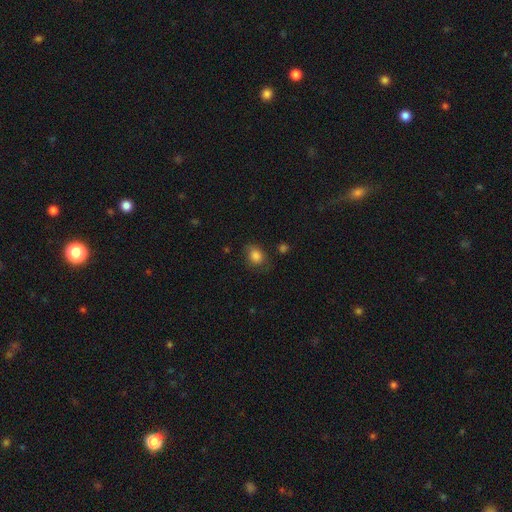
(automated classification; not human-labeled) Smooth or featured? Predicted: smooth (p=0.83). How rounded? Predicted: round (p=0.53). Merging? Predicted: none (p=0.68).